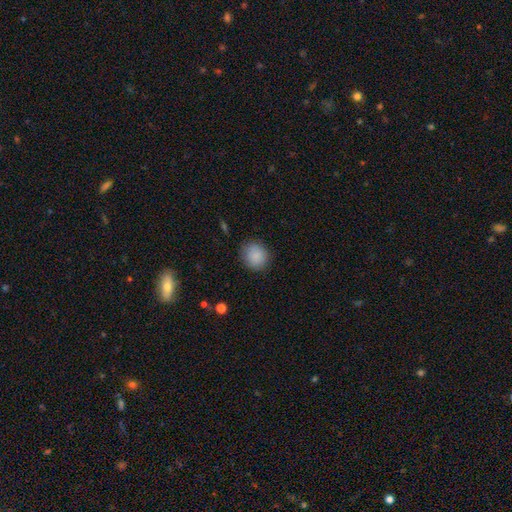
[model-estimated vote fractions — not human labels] This is clearly a smooth galaxy (88%). How rounded: clearly round (83%). Merging: clearly none (86%).